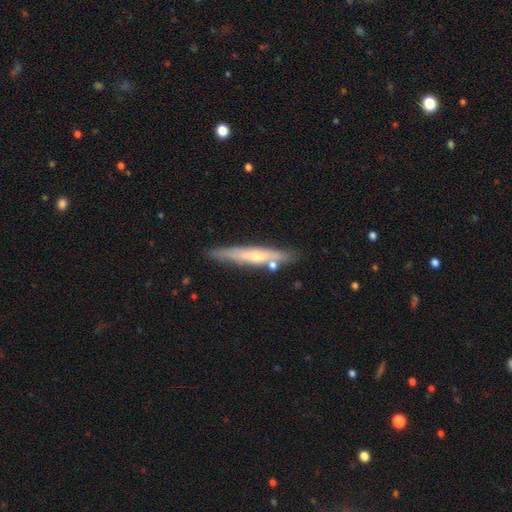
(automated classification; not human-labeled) Q: Smooth or featured?
A: featured or disk (57%); runner-up: smooth (37%)
Q: Edge-on disk?
A: yes (85%); runner-up: no (15%)
Q: Merging?
A: none (77%); runner-up: minor disturbance (14%)